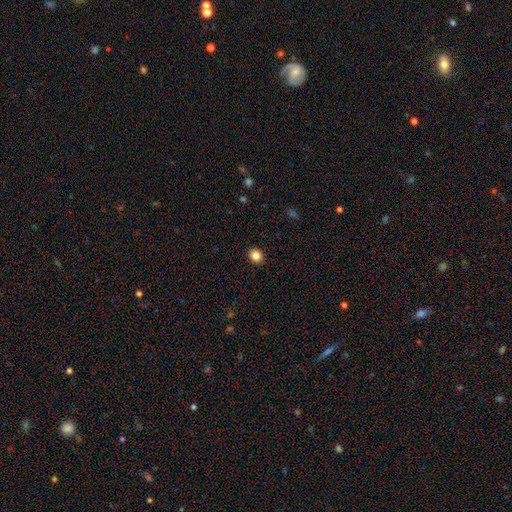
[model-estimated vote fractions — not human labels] Smooth or featured? smooth (85%)
How rounded? round (70%)
Merging? none (91%)